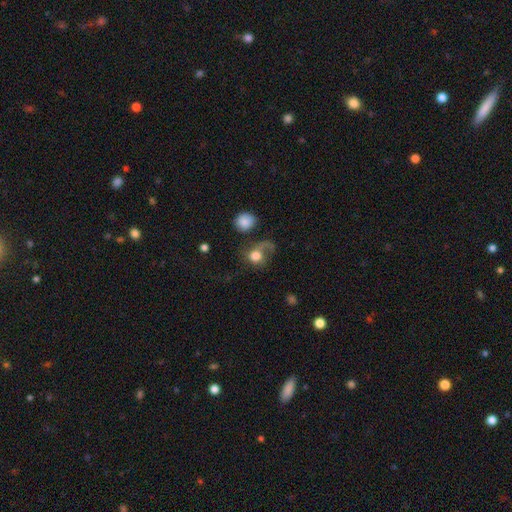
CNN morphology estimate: This appears to be a smooth galaxy with no disk features (65%) that is round (69%). Merging: major disturbance (45%).